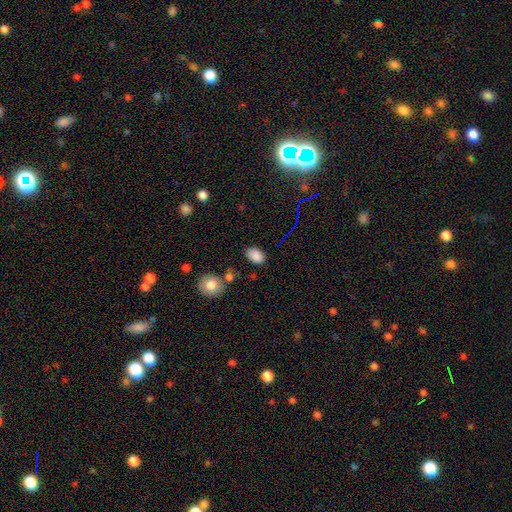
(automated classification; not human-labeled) A smooth galaxy with no disk features (85%) that is in between round and cigar-shaped (88%). Merging: none (80%).